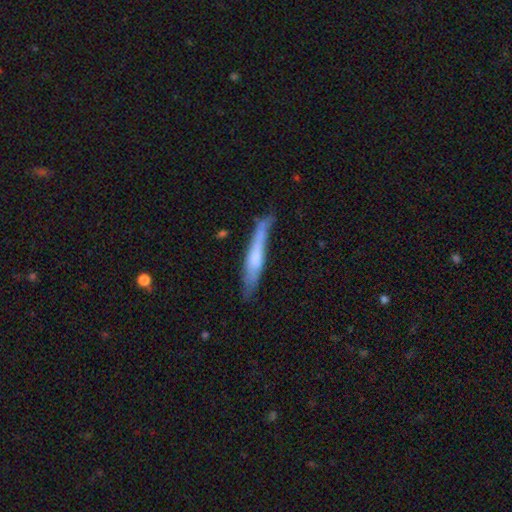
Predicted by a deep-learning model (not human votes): smooth 54%, featured or disk 40%, star or artifact 6%. Down the decision tree: how rounded — cigar-shaped (92%); merging — none (60%).